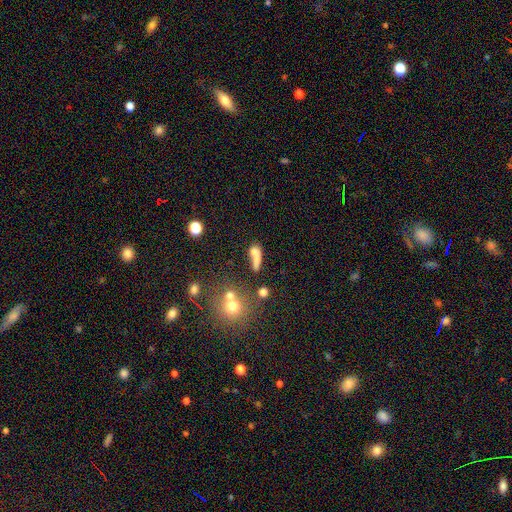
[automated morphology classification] This appears to be a smooth galaxy with no disk features (65%) that is in between round and cigar-shaped (46%). Merging: merger (39%).